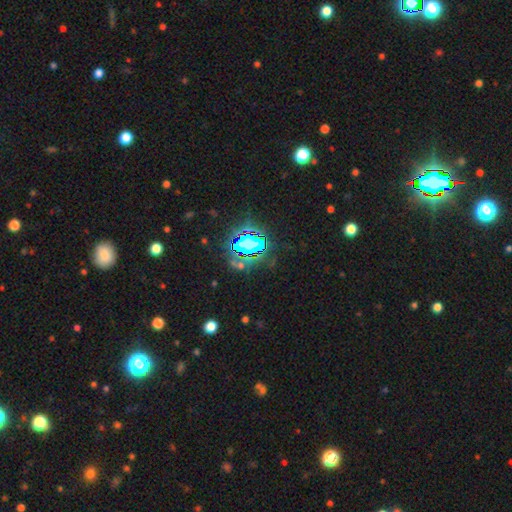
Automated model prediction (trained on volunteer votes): Morphology: type=star or artifact (80%).